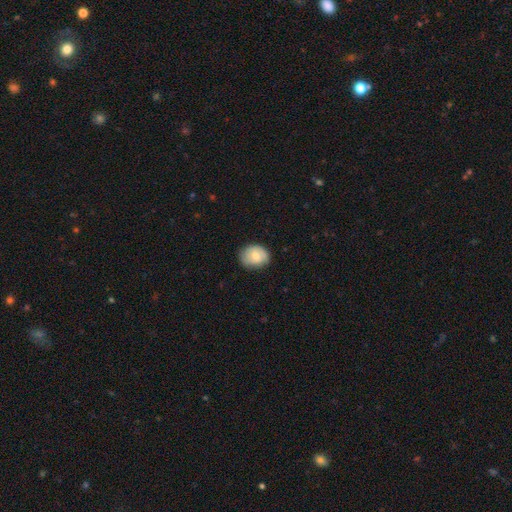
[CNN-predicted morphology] Smooth or featured: smooth — 73% (featured or disk — 20%)
How rounded: in between — 53% (round — 46%)
Merging: none — 76% (minor disturbance — 19%)